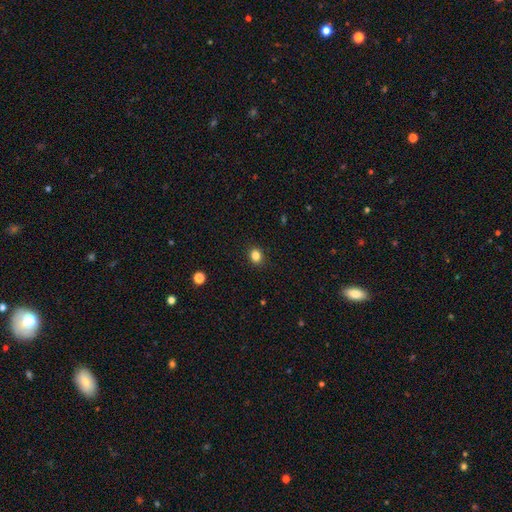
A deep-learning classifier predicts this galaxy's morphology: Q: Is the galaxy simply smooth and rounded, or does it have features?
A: smooth — 84%.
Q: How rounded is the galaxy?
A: round — 58%.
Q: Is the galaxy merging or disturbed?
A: none — 90%.